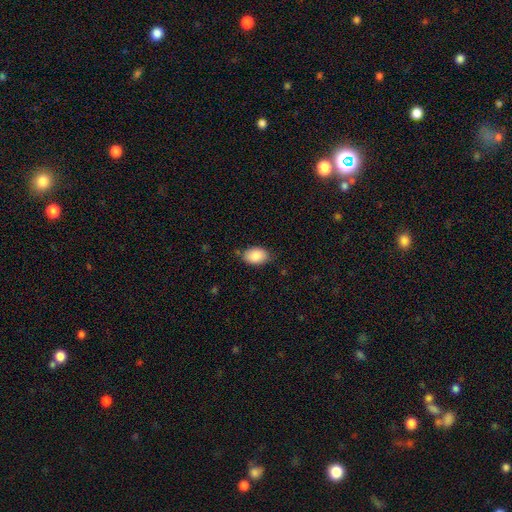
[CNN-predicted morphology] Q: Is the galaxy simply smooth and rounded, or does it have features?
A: smooth — 88%.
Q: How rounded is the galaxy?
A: in between — 88%.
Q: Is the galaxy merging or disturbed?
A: none — 78%.